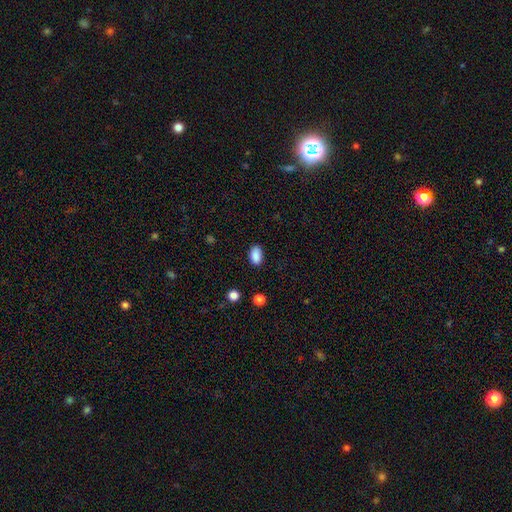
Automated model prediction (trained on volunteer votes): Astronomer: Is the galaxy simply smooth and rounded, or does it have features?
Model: smooth — 89%.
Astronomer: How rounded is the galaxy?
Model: in between — 92%.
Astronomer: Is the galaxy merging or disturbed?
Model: none — 85%.